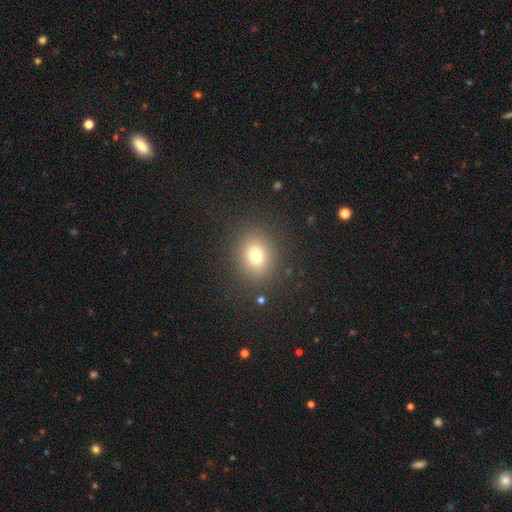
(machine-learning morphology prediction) This is likely a smooth galaxy (75%). How rounded: likely round (69%). Merging: clearly none (87%).